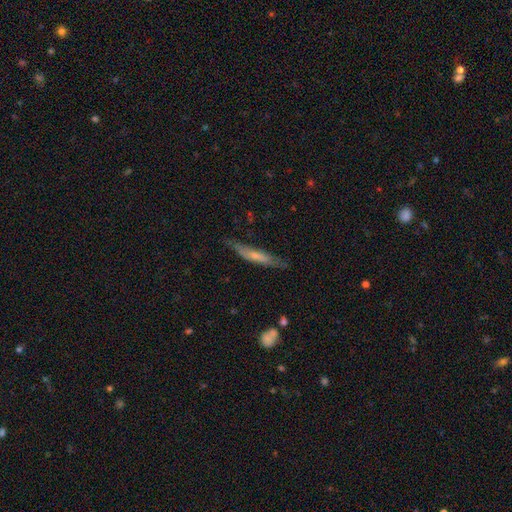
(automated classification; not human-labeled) This is possibly a smooth galaxy (50%). Merging: likely none (71%).